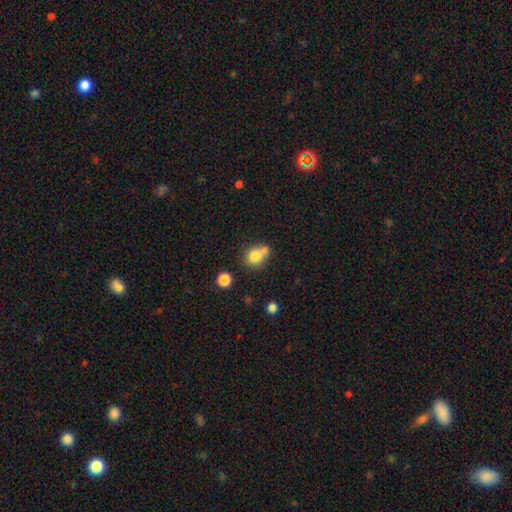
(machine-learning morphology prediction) Smooth or featured? Predicted: smooth (p=0.78). How rounded? Predicted: round (p=0.70). Merging? Predicted: none (p=0.42).